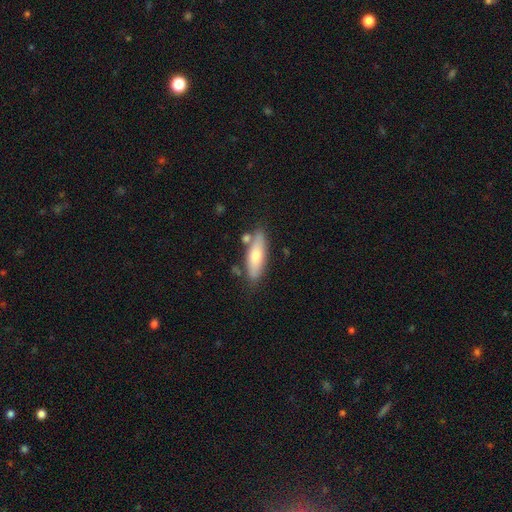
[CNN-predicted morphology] Smooth or featured: smooth — 65% (featured or disk — 29%)
How rounded: in between — 50% (cigar-shaped — 48%)
Merging: none — 74% (minor disturbance — 15%)